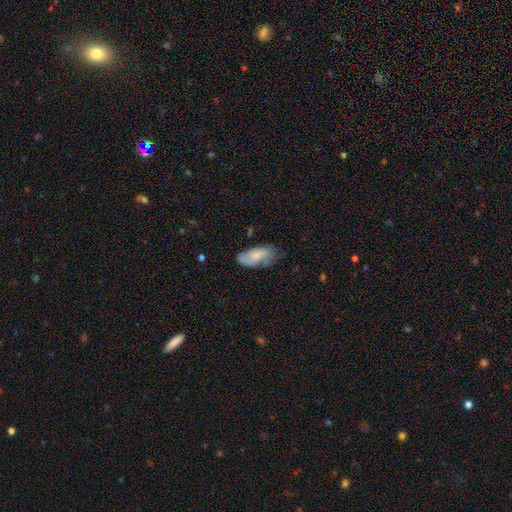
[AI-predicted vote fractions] Smooth or featured?
  - smooth: 67% *
  - featured or disk: 26%
  - star or artifact: 7%
How rounded?
  - in between: 87% *
  - cigar-shaped: 11%
  - round: 2%
Merging?
  - none: 52% *
  - minor disturbance: 34%
  - major disturbance: 12%
  - merger: 2%